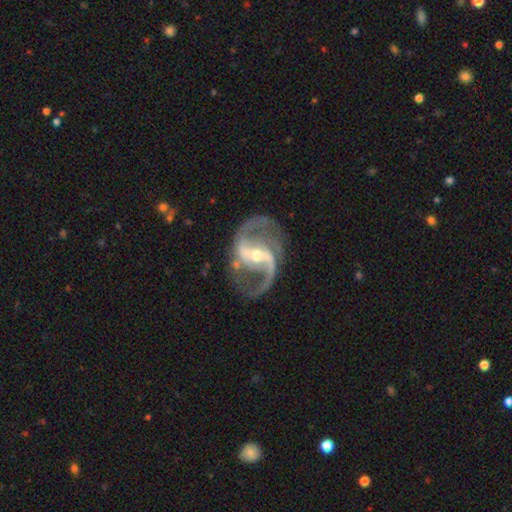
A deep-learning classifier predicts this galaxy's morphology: smooth_or_featured: featured or disk (p=0.93) [alt: star or artifact p=0.05]
disk_edge_on: no (p=0.98) [alt: yes p=0.02]
bar: strong (p=0.57) [alt: weak p=0.31]
has_spiral_arms: yes (p=0.98) [alt: no p=0.02]
spiral_winding: medium (p=0.53) [alt: loose p=0.36]
spiral_arm_count: 2 (p=0.93) [alt: 3 p=0.02]
bulge_size: small (p=0.55) [alt: moderate p=0.41]
merging: none (p=0.76) [alt: minor disturbance p=0.14]